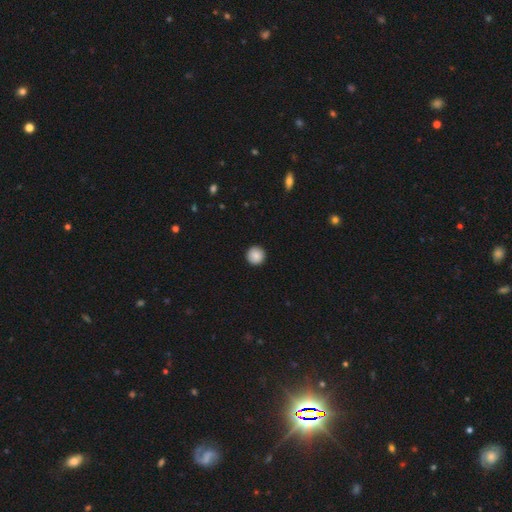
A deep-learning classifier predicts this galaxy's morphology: Smooth or featured?
  - smooth: 88% *
  - star or artifact: 8%
  - featured or disk: 4%
How rounded?
  - round: 96% *
  - in between: 3%
  - cigar-shaped: 1%
Merging?
  - none: 93% *
  - minor disturbance: 5%
  - major disturbance: 1%
  - merger: 1%